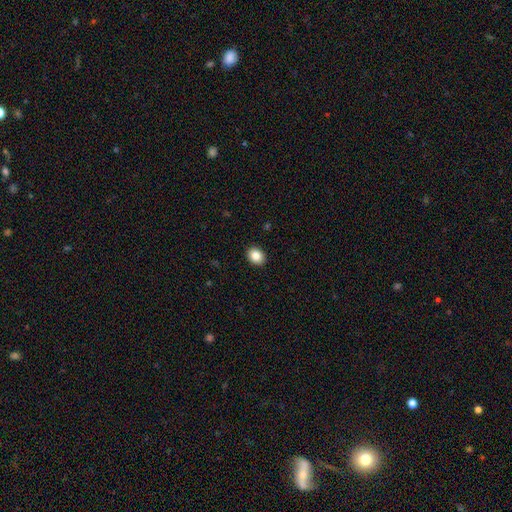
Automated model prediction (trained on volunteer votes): This is clearly a smooth galaxy (86%). How rounded: possibly in between (53%). Merging: clearly none (91%).